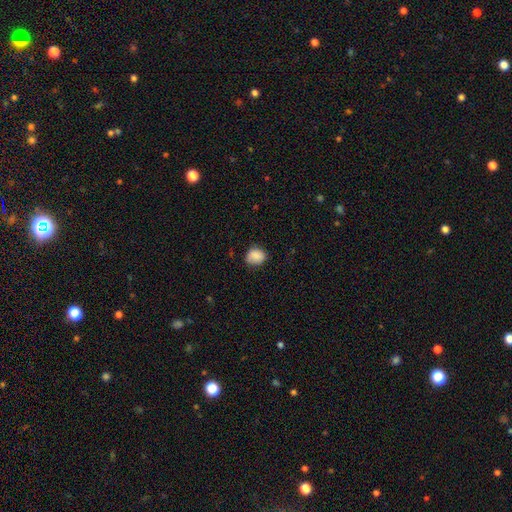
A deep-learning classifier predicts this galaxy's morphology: type=smooth (87%); roundness=round (57%); merging=none (73%).